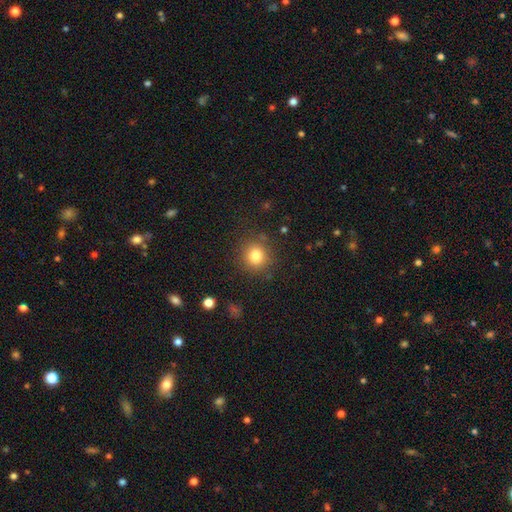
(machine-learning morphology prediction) A smooth galaxy with no disk features (81%) that is round (89%).

Vote fractions:
- Smooth or featured? smooth: 81% / star or artifact: 12% / featured or disk: 7%
- How rounded? round: 89% / in between: 10% / cigar-shaped: 1%
- Merging? none: 85% / minor disturbance: 9% / major disturbance: 4% / merger: 2%